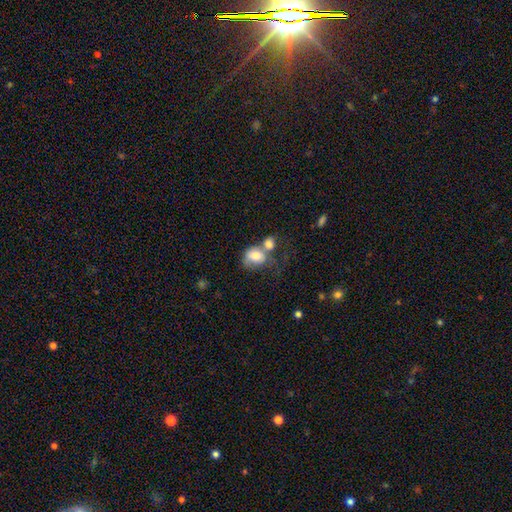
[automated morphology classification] This appears to be a smooth galaxy with no disk features (75%) that is in between round and cigar-shaped (55%). Merging: merger (56%).